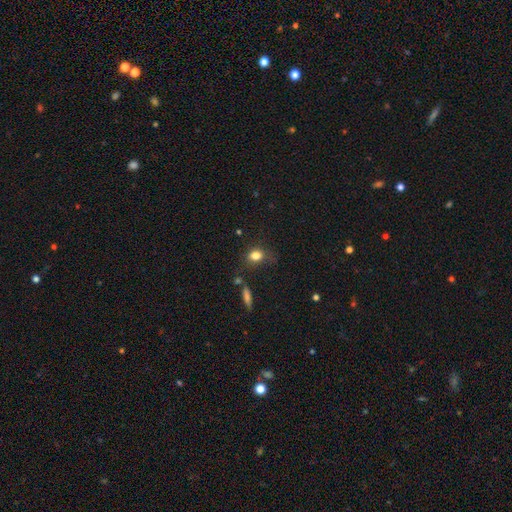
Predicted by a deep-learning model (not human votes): Q: Smooth or featured?
A: smooth (81%); runner-up: star or artifact (11%)
Q: How rounded?
A: in between (55%); runner-up: round (43%)
Q: Merging?
A: none (62%); runner-up: minor disturbance (23%)